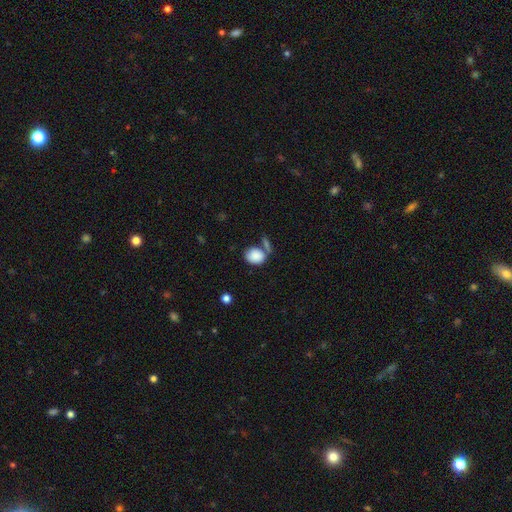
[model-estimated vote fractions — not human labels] This appears to be a smooth galaxy with no disk features (86%) that is in between round and cigar-shaped (55%). Merging: none (51%).